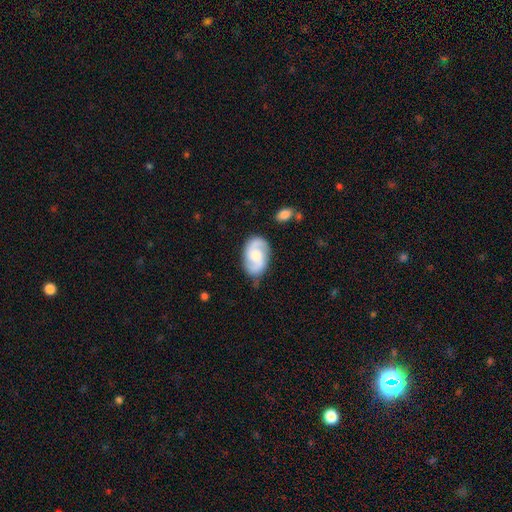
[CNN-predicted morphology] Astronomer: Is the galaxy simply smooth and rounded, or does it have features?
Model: featured or disk — 73%.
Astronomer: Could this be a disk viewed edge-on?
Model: no — 97%.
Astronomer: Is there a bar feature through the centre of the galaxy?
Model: no — 54% (runner-up: weak, 39%).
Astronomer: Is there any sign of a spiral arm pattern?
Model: yes — 95%.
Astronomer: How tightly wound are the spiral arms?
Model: medium — 49% (runner-up: loose, 29%).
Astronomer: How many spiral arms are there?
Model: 2 — 90%.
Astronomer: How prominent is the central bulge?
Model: moderate — 50% (runner-up: small, 27%).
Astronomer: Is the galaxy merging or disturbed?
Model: none — 75%.